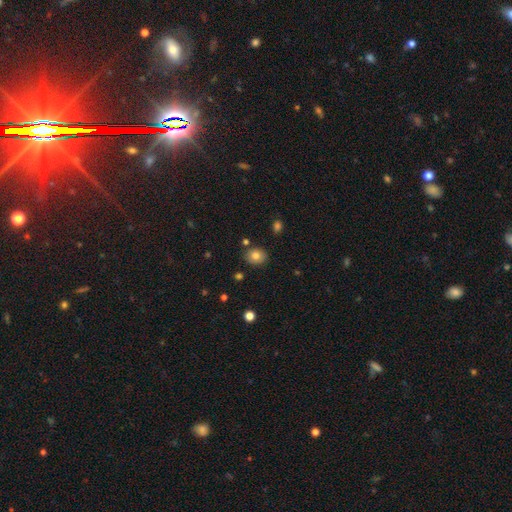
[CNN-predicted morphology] smooth-or-featured: smooth: 81% | star or artifact: 10% | featured or disk: 9%
  how-rounded: round: 53% | in between: 46% | cigar-shaped: 1%
  merging: none: 84% | minor disturbance: 10% | merger: 3% | major disturbance: 2%